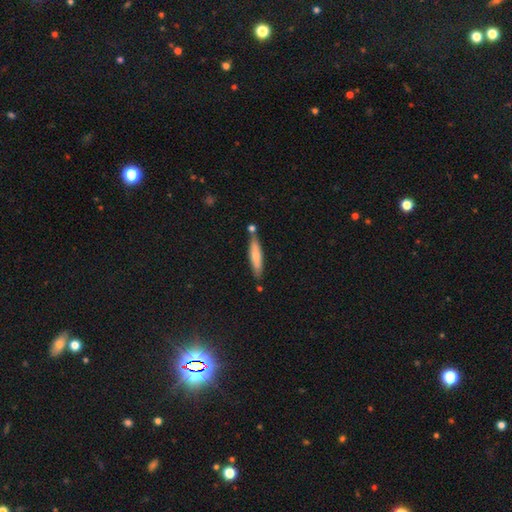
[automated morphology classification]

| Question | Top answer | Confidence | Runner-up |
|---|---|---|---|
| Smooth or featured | smooth | 63% | featured or disk (32%) |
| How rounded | cigar-shaped | 84% | in between (14%) |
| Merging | none | 68% | minor disturbance (16%) |